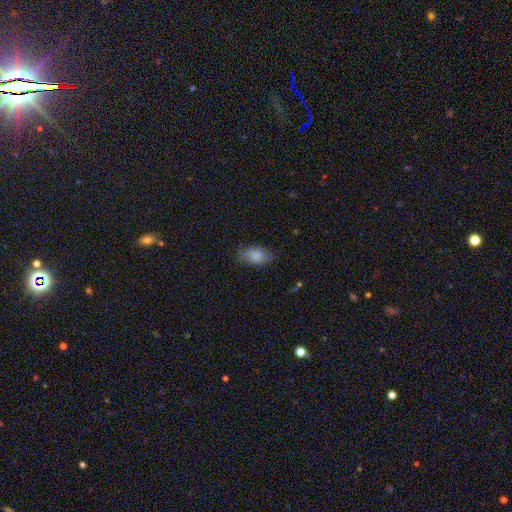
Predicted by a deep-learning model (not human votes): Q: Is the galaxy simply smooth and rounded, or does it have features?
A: smooth — 85%.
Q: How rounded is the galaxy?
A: in between — 90%.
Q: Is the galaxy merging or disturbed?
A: none — 75%.